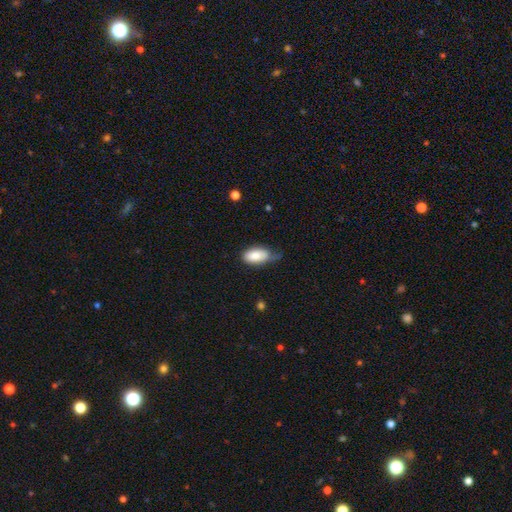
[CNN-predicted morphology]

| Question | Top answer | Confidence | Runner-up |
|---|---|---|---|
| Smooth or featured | smooth | 82% | featured or disk (12%) |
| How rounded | in between | 93% | cigar-shaped (4%) |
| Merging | minor disturbance | 42% | none (40%) |